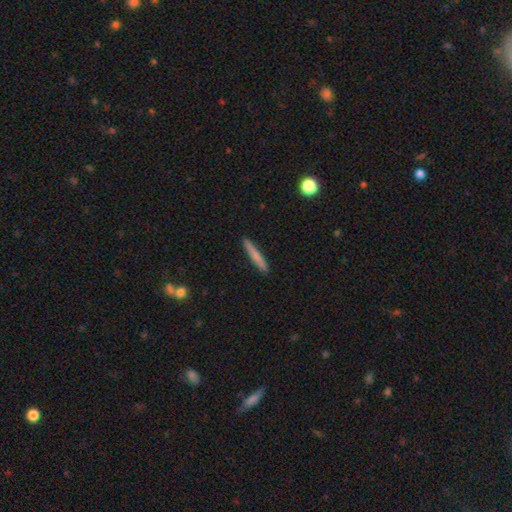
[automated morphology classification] The model was most divided on "smooth or featured": smooth: 69%, featured or disk: 26%, star or artifact: 6%. More confident: how rounded — cigar-shaped (95%); merging — none (91%).